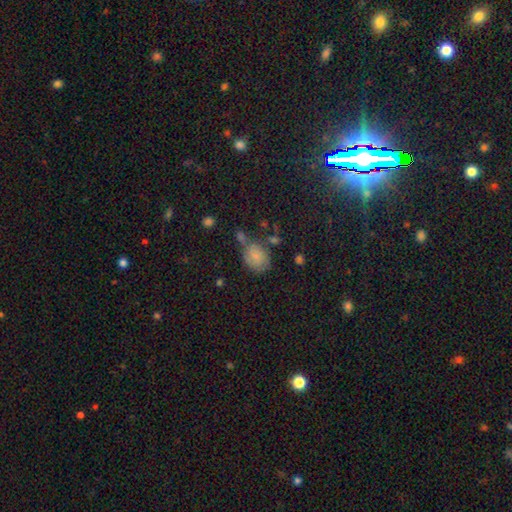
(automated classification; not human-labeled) A smooth galaxy with no disk features (70%) that is in between round and cigar-shaped (52%).

Vote fractions:
- Smooth or featured? smooth: 70% / featured or disk: 18% / star or artifact: 12%
- How rounded? in between: 52% / round: 47% / cigar-shaped: 1%
- Merging? none: 51% / minor disturbance: 23% / merger: 16% / major disturbance: 10%